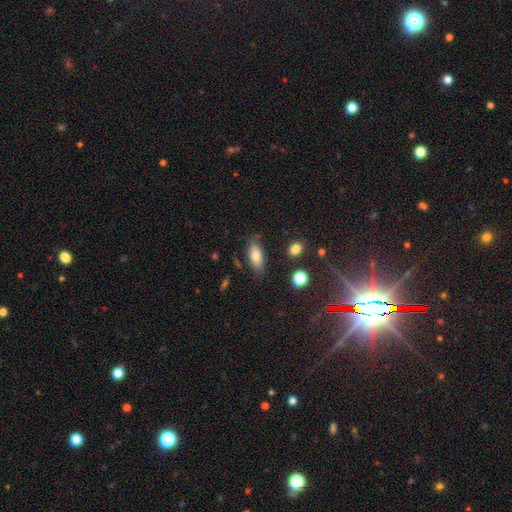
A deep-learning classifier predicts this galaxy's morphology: Overall: smooth (79%). How rounded: in between (83%). Merging: none (79%).